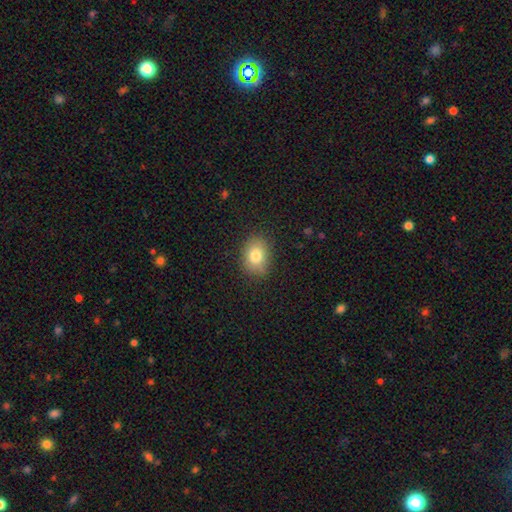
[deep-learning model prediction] Smooth or featured? smooth (80%)
How rounded? in between (61%)
Merging? none (85%)